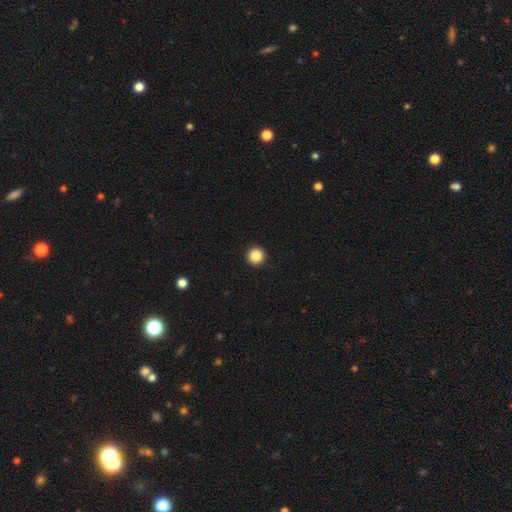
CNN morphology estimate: A smooth galaxy with no disk features (87%) that is round (97%). Merging: none (94%).